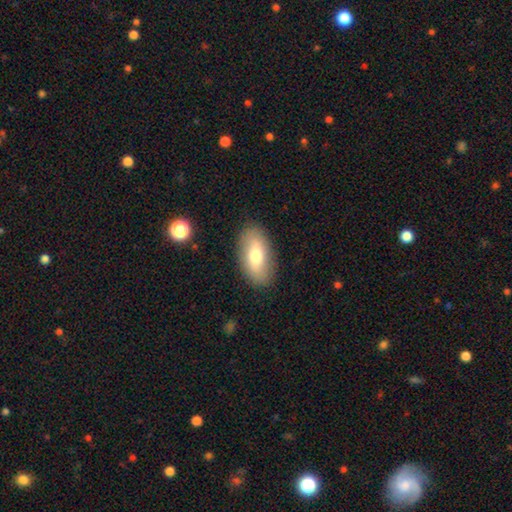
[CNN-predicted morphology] A smooth galaxy with no disk features (70%) that is in between round and cigar-shaped (91%).

Vote fractions:
- Smooth or featured? smooth: 70% / featured or disk: 23% / star or artifact: 7%
- How rounded? in between: 91% / cigar-shaped: 5% / round: 4%
- Merging? none: 87% / minor disturbance: 9% / major disturbance: 3% / merger: 1%